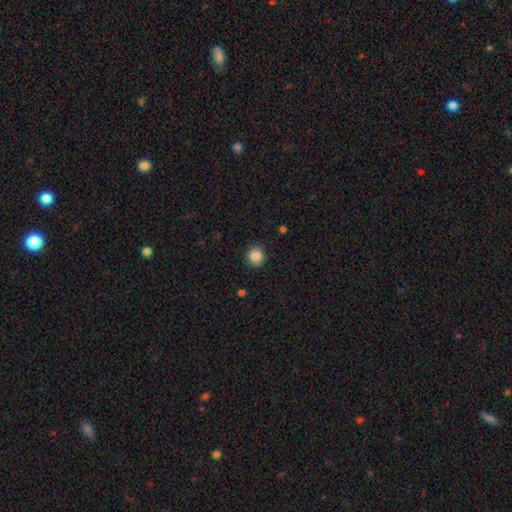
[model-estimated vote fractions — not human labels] Morphology: type=smooth (86%); roundness=round (91%); merging=none (92%).